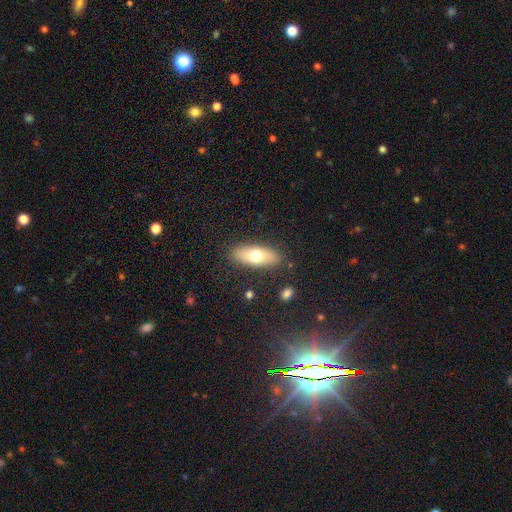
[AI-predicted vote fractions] smooth 65%, featured or disk 28%, star or artifact 7%. Down the decision tree: how rounded — in between (72%); merging — none (86%).